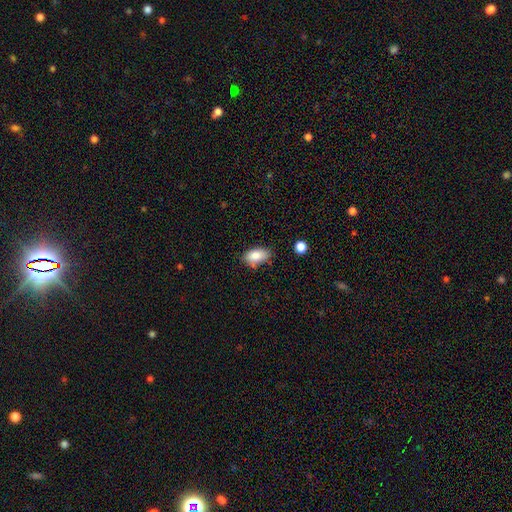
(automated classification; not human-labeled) Smooth or featured? Predicted: smooth (p=0.85). How rounded? Predicted: in between (p=0.92). Merging? Predicted: none (p=0.69).